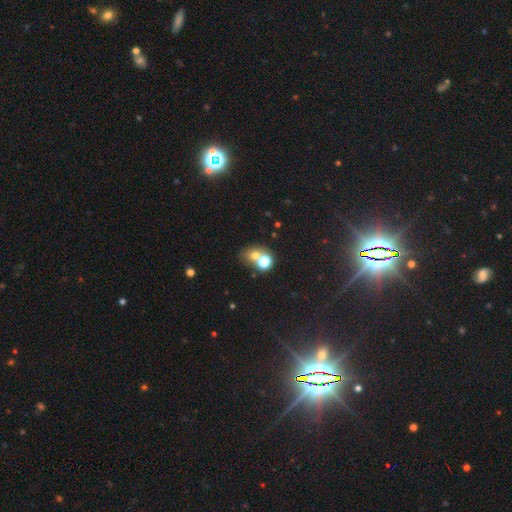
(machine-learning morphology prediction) smooth_or_featured: smooth (p=0.64) [alt: star or artifact p=0.20]
how_rounded: round (p=0.60) [alt: in between p=0.39]
merging: merger (p=0.45) [alt: none p=0.39]